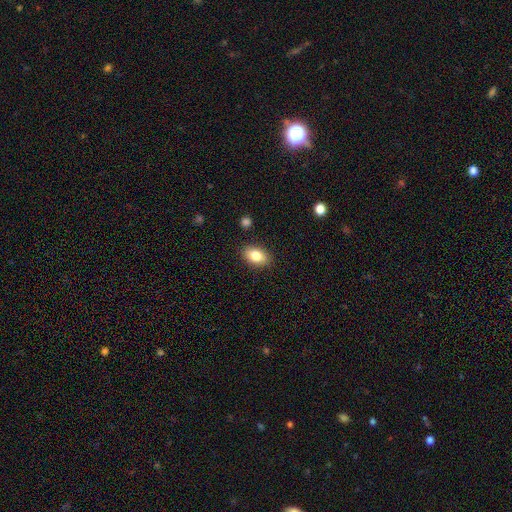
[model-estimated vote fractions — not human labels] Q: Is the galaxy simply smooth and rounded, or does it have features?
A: smooth — 83%.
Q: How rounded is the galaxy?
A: in between — 89%.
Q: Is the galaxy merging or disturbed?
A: none — 87%.